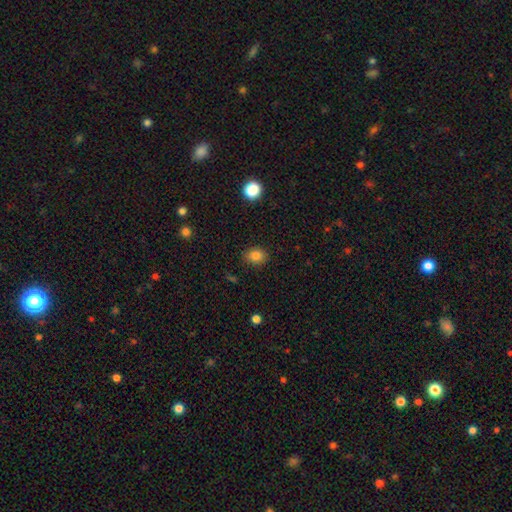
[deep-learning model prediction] Smooth or featured?
  - smooth: 82% *
  - star or artifact: 11%
  - featured or disk: 7%
How rounded?
  - in between: 51% *
  - round: 48%
  - cigar-shaped: 1%
Merging?
  - none: 87% *
  - minor disturbance: 9%
  - major disturbance: 2%
  - merger: 1%